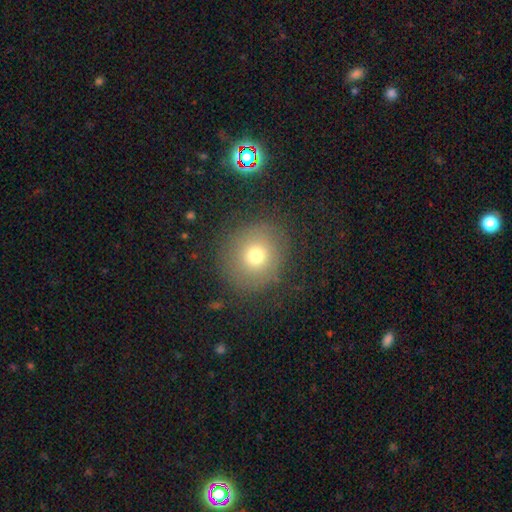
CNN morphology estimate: Smooth or featured? smooth (71%)
How rounded? round (87%)
Merging? none (82%)